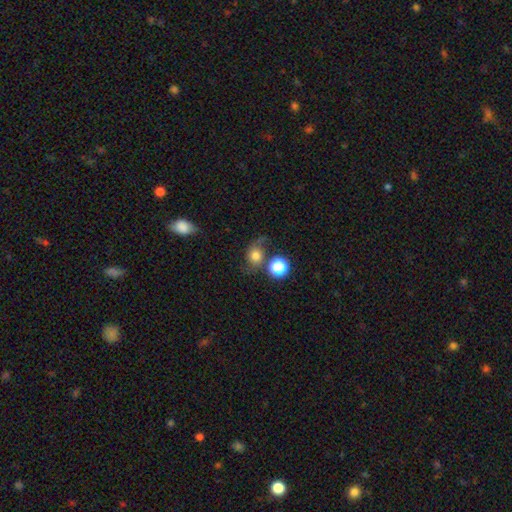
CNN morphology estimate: smooth_or_featured: smooth (p=0.56) [alt: featured or disk p=0.30]
how_rounded: round (p=0.70) [alt: in between p=0.28]
merging: none (p=0.49) [alt: minor disturbance p=0.22]